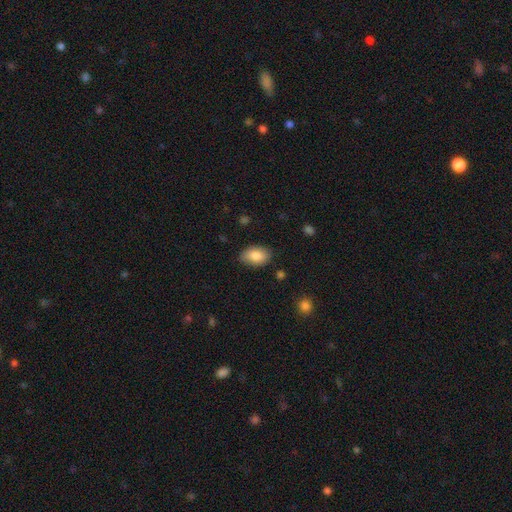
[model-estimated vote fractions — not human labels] Smooth or featured: smooth — 85% (featured or disk — 9%)
How rounded: in between — 90% (round — 9%)
Merging: none — 82% (minor disturbance — 14%)